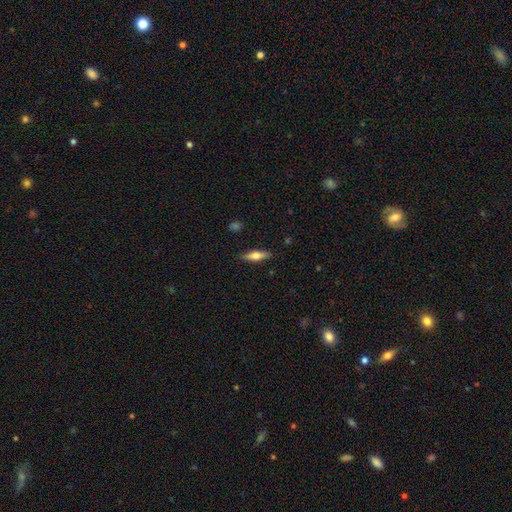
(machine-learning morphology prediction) This appears to be a smooth galaxy with no disk features (49%). Merging: none (88%).